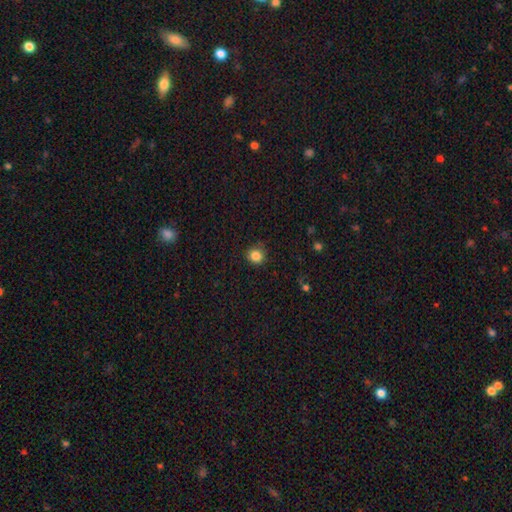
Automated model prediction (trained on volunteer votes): Smooth or featured?
  - smooth: 85% *
  - star or artifact: 11%
  - featured or disk: 4%
How rounded?
  - round: 88% *
  - in between: 11%
  - cigar-shaped: 1%
Merging?
  - none: 85% *
  - minor disturbance: 11%
  - major disturbance: 3%
  - merger: 1%